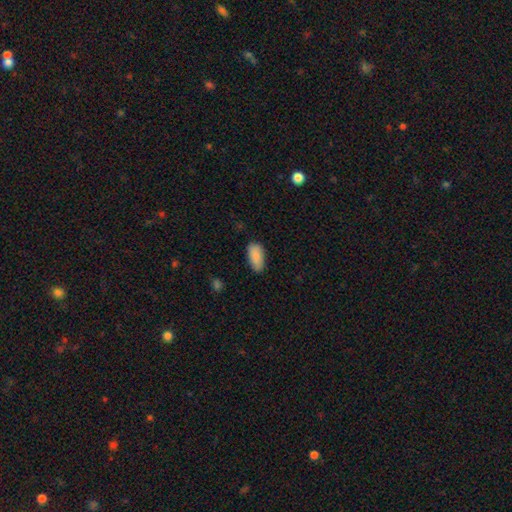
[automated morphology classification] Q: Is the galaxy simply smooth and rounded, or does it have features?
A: smooth — 88%.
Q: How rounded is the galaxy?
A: in between — 92%.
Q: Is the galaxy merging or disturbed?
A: none — 79%.